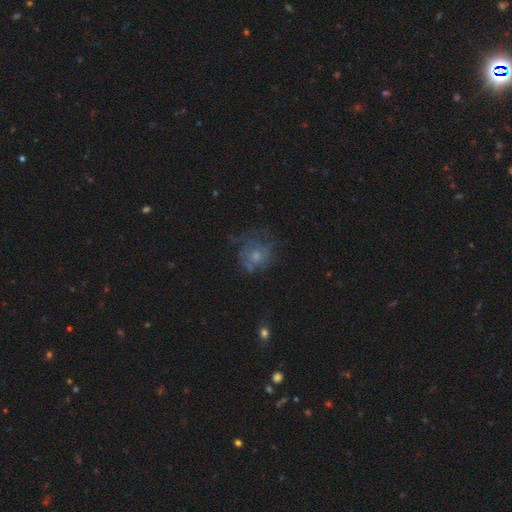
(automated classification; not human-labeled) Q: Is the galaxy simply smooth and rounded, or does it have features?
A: smooth — 47%.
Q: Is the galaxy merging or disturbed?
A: none — 48%.